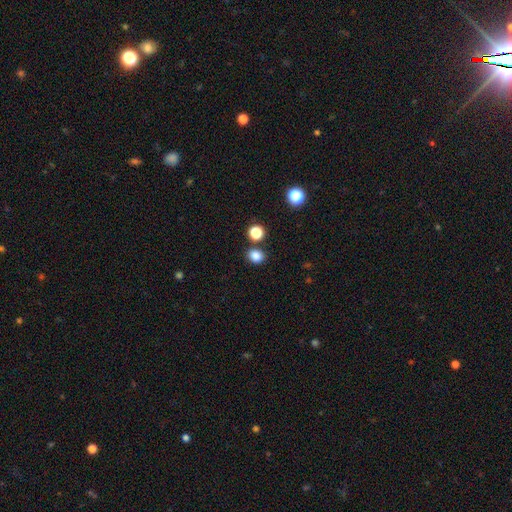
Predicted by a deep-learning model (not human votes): smooth_or_featured: smooth (p=0.83) [alt: star or artifact p=0.13]
how_rounded: round (p=0.61) [alt: in between p=0.38]
merging: none (p=0.79) [alt: minor disturbance p=0.09]